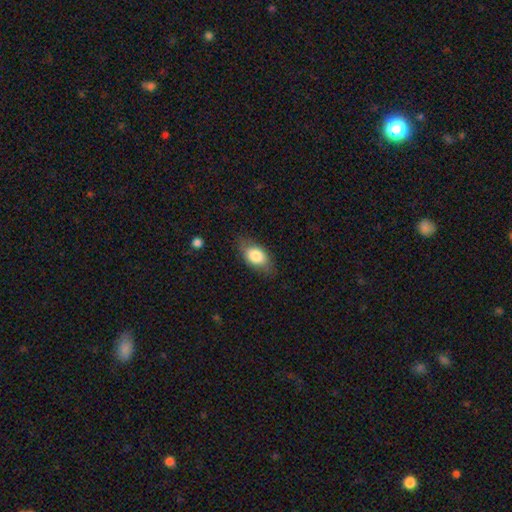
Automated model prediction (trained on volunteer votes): smooth 79%, featured or disk 14%, star or artifact 7%. Down the decision tree: how rounded — in between (88%); merging — none (76%).